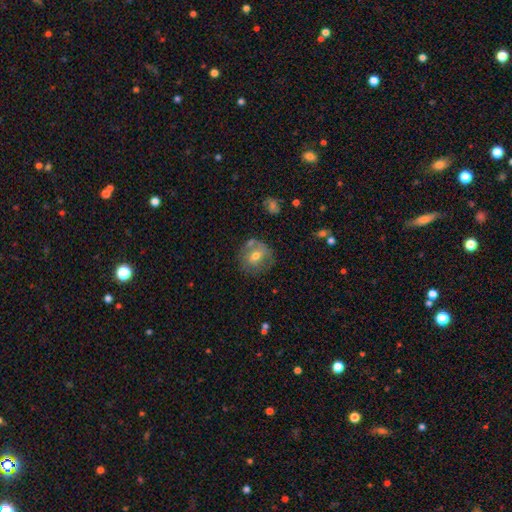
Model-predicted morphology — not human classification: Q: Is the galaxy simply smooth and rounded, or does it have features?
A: smooth — 58%.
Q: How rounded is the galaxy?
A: round — 83%.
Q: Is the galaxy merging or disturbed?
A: none — 62%.